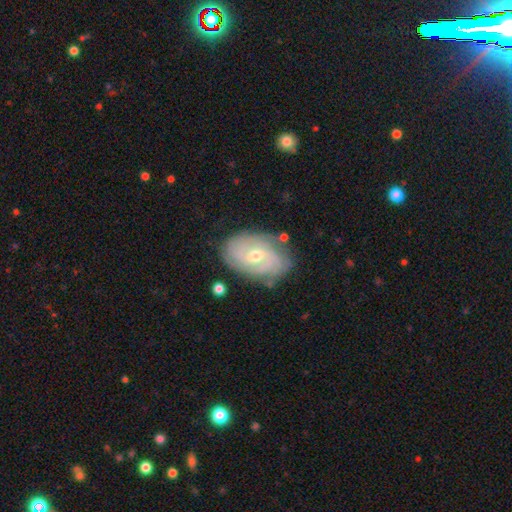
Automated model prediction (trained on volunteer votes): Overall: featured or disk (80%). Edge-on disk: no (96%). Bar: no (48%; weak 43%). Spiral arms: yes (93%). Spiral arm count: can't tell (33%; 2 27%). Spiral winding: tight (62%; medium 29%). Bulge size: moderate (56%; small 41%). Merging: none (77%).